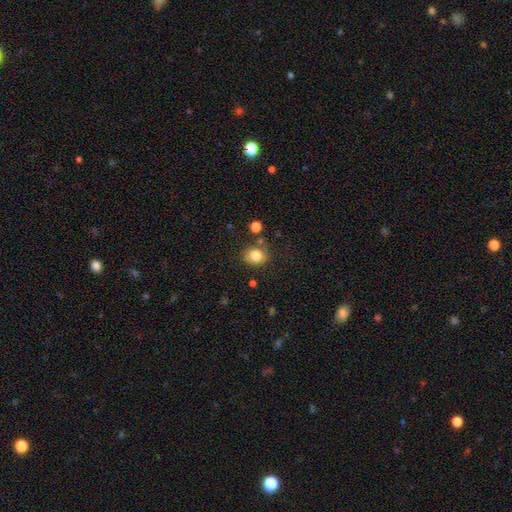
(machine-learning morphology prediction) Smooth or featured? smooth (80%)
How rounded? round (64%)
Merging? none (74%)